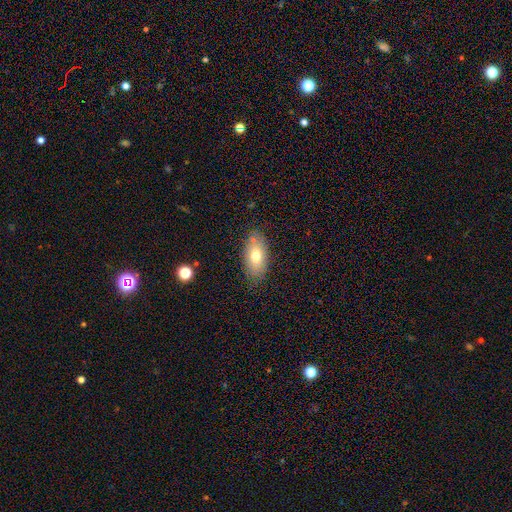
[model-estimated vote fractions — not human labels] smooth-or-featured: smooth: 71% | featured or disk: 20% | star or artifact: 9%
  how-rounded: in between: 89% | cigar-shaped: 6% | round: 5%
  merging: none: 79% | minor disturbance: 14% | major disturbance: 4% | merger: 3%